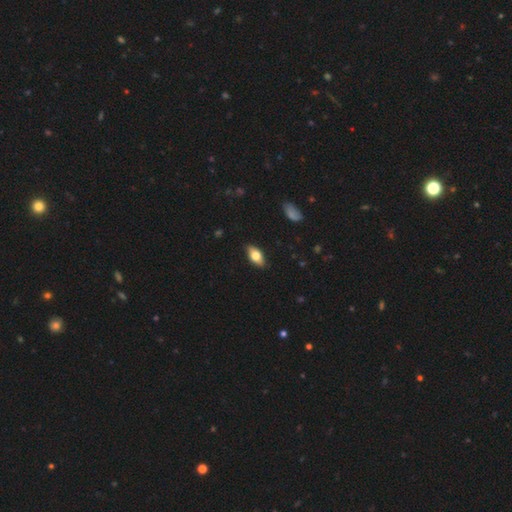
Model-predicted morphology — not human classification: Overall: smooth (71%). How rounded: in between (88%). Merging: none (86%).